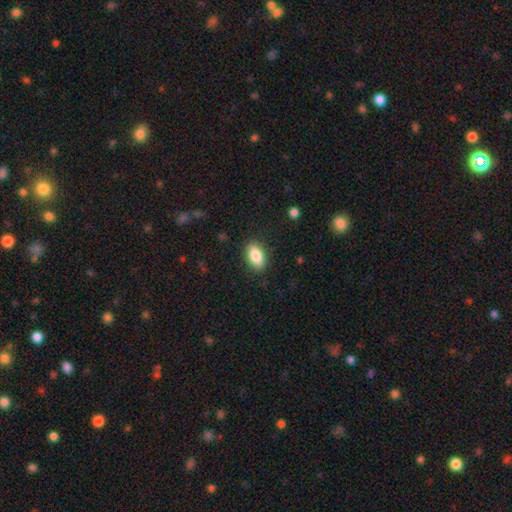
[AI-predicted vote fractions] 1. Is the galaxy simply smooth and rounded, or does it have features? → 85% smooth, 8% featured or disk, 7% star or artifact.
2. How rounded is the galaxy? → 90% in between, 5% round, 5% cigar-shaped.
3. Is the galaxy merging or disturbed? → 87% none, 9% minor disturbance, 3% major disturbance, 1% merger.